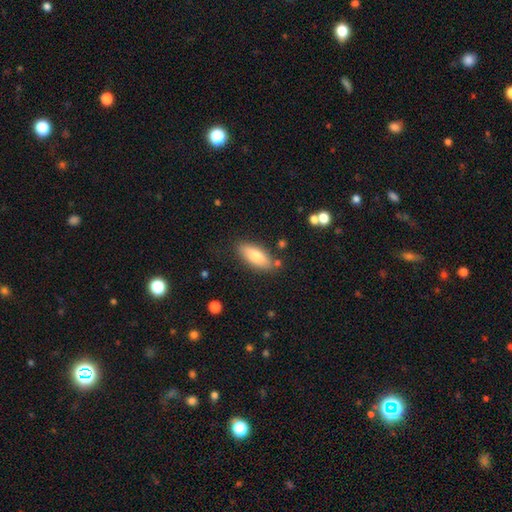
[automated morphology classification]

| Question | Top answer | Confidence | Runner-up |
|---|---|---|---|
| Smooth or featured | smooth | 76% | featured or disk (17%) |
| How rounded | in between | 76% | cigar-shaped (21%) |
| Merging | none | 81% | minor disturbance (12%) |